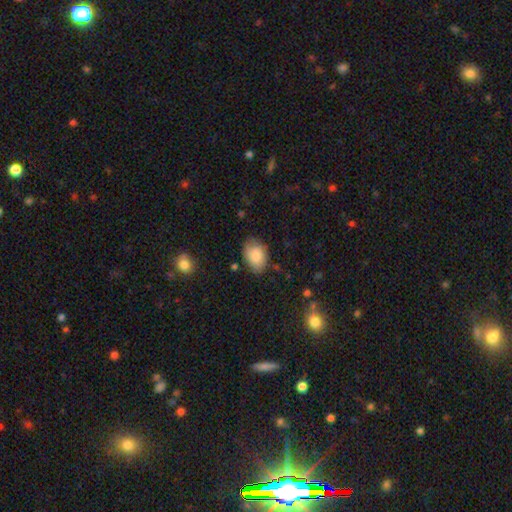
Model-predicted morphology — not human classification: smooth_or_featured: smooth (p=0.83) [alt: featured or disk p=0.10]
how_rounded: in between (p=0.83) [alt: round p=0.16]
merging: none (p=0.68) [alt: minor disturbance p=0.24]